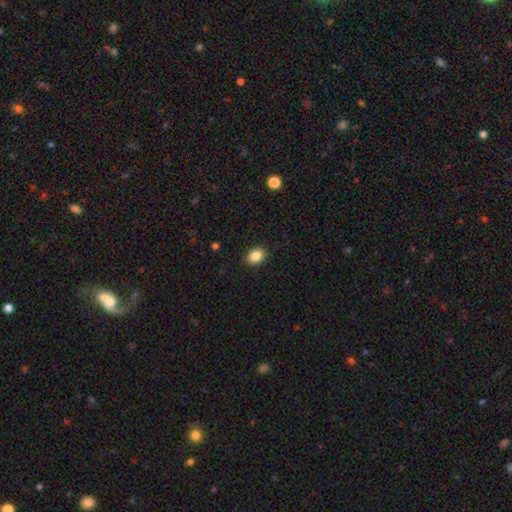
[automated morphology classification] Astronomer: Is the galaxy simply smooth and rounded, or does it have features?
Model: smooth — 86%.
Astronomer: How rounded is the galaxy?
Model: in between — 62% (runner-up: round, 37%).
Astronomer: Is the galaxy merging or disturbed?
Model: none — 89%.